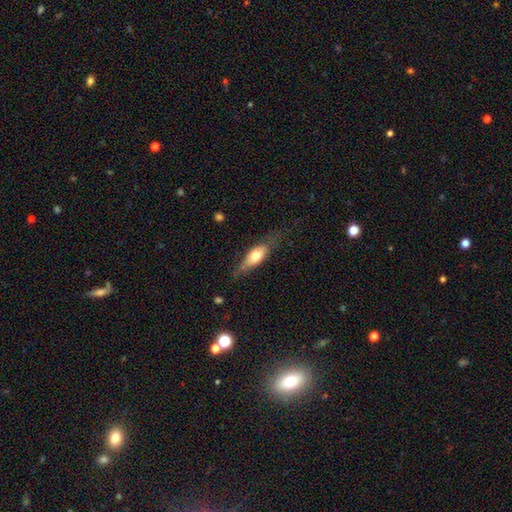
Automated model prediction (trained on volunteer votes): smooth_or_featured: smooth (p=0.60) [alt: featured or disk p=0.34]
how_rounded: in between (p=0.63) [alt: cigar-shaped p=0.34]
merging: none (p=0.61) [alt: minor disturbance p=0.26]